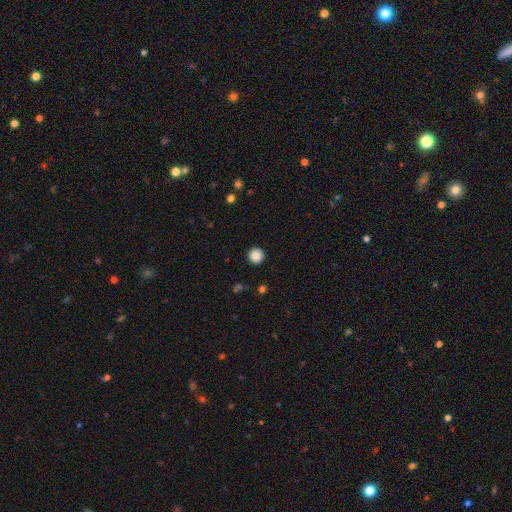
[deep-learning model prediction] Smooth or featured?
  - smooth: 88% *
  - star or artifact: 9%
  - featured or disk: 3%
How rounded?
  - round: 95% *
  - in between: 4%
  - cigar-shaped: 1%
Merging?
  - none: 92% *
  - minor disturbance: 5%
  - major disturbance: 2%
  - merger: 1%